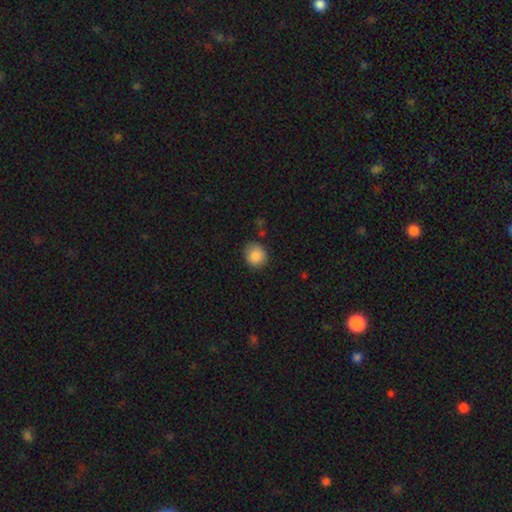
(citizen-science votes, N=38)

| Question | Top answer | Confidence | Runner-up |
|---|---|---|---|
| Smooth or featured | smooth | 89% | star or artifact (8%) |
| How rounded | round | 79% | in between (21%) |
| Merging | none | 86% | minor disturbance (9%) |